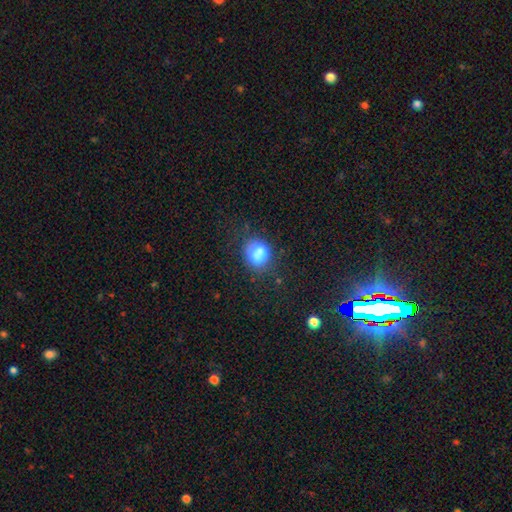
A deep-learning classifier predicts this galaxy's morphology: A smooth galaxy with no disk features (77%) that is round (62%).

Vote fractions:
- Smooth or featured? smooth: 77% / featured or disk: 12% / star or artifact: 11%
- How rounded? round: 62% / in between: 37% / cigar-shaped: 1%
- Merging? none: 57% / minor disturbance: 20% / merger: 14% / major disturbance: 8%